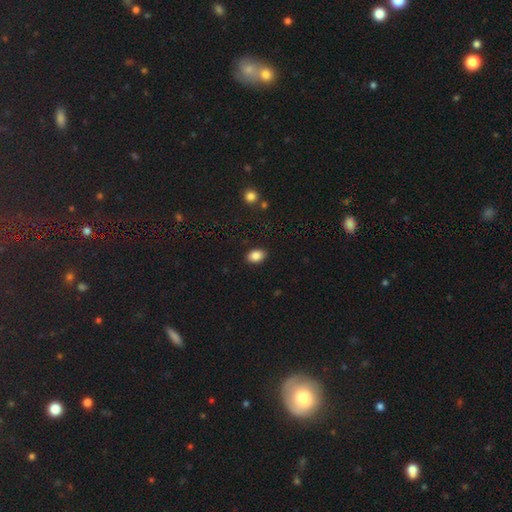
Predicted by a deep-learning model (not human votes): smooth-or-featured: smooth: 87% | star or artifact: 8% | featured or disk: 5%
  how-rounded: in between: 81% | round: 18% | cigar-shaped: 1%
  merging: none: 89% | minor disturbance: 8% | major disturbance: 2% | merger: 1%